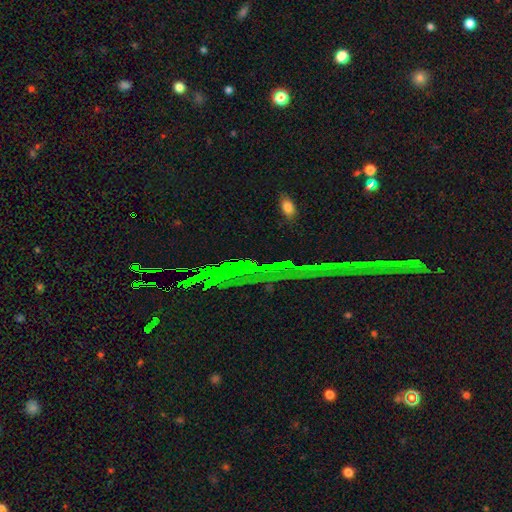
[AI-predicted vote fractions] A star or artifact, not a galaxy (65%).